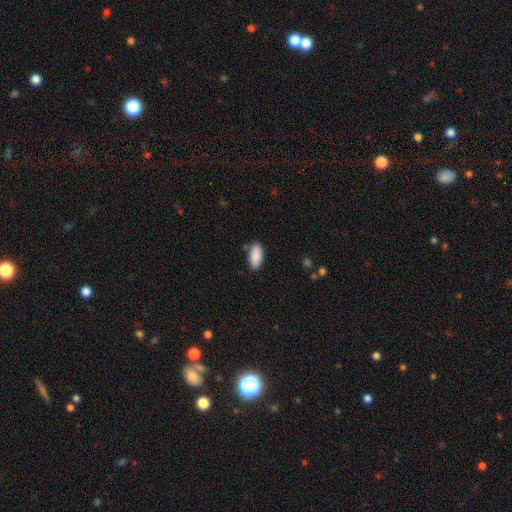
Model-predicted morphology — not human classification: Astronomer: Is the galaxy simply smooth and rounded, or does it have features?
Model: smooth — 90%.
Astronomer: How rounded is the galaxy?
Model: in between — 89%.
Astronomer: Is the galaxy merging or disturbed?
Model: none — 84%.